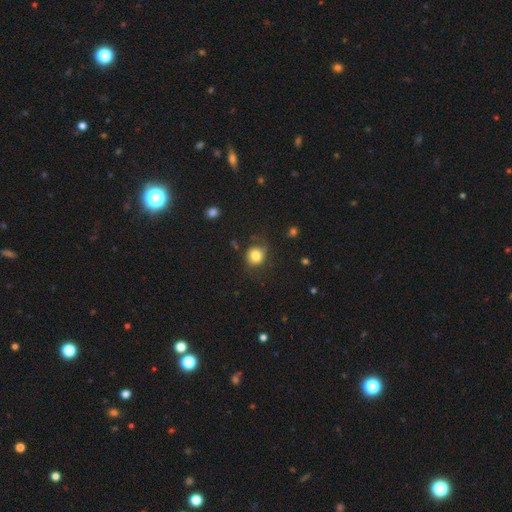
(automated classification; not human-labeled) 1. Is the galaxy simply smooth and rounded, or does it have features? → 80% smooth, 10% star or artifact, 10% featured or disk.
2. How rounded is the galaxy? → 80% round, 19% in between, 1% cigar-shaped.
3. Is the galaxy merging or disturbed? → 67% none, 21% minor disturbance, 10% major disturbance, 2% merger.